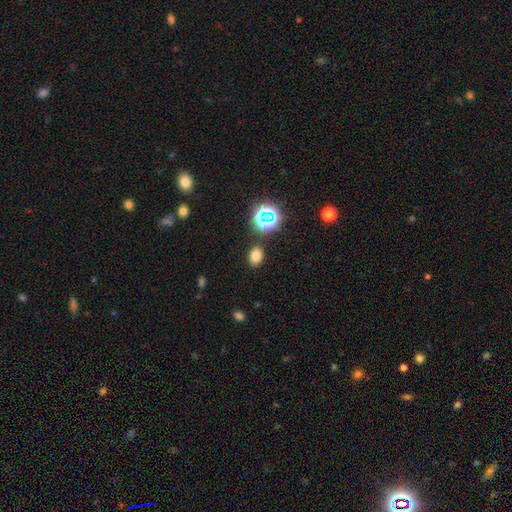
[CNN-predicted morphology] type=smooth (75%); roundness=in between (70%); merging=none (85%).